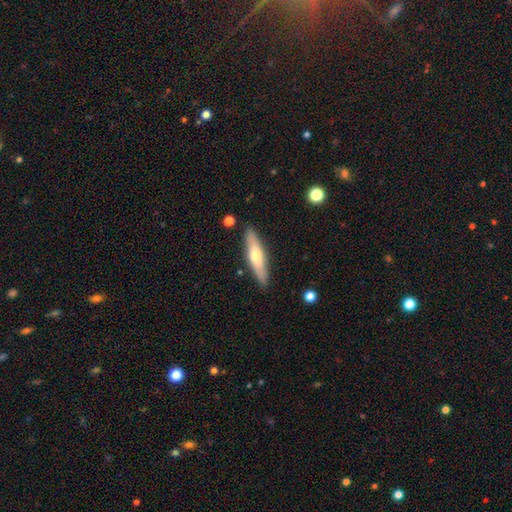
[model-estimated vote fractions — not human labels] This is possibly a smooth galaxy (54%). How rounded: likely cigar-shaped (78%). Merging: clearly none (87%).